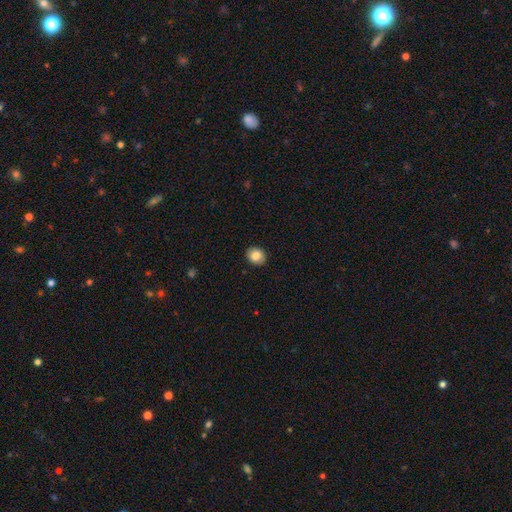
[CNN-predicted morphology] This is clearly a smooth galaxy (83%). How rounded: likely round (64%). Merging: clearly none (91%).